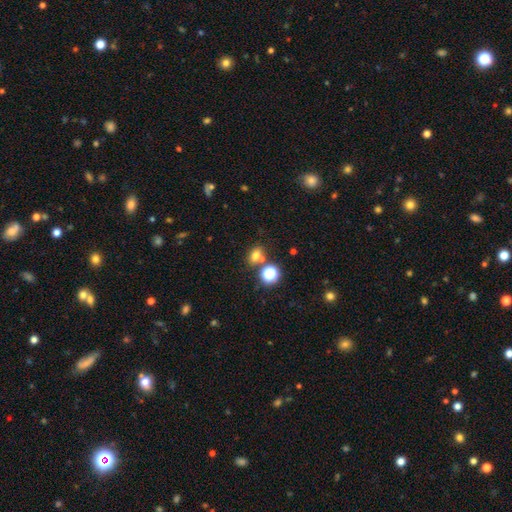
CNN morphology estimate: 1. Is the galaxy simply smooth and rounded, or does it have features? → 68% smooth, 23% star or artifact, 9% featured or disk.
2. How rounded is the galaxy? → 56% in between, 42% round, 2% cigar-shaped.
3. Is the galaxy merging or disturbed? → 63% none, 22% merger, 11% minor disturbance, 4% major disturbance.